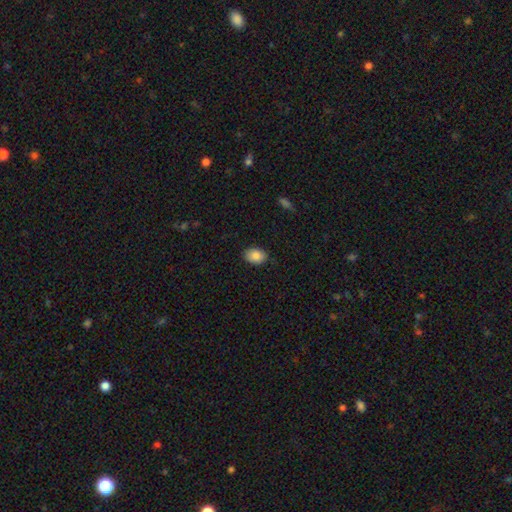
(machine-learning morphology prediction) Overall: smooth (85%). How rounded: in between (78%). Merging: none (85%).